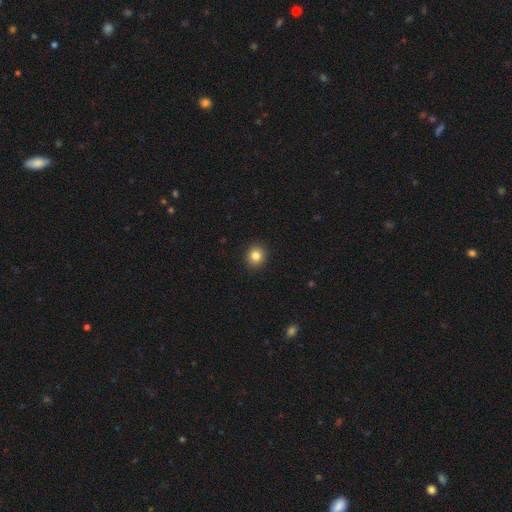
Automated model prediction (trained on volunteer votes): This is clearly a smooth galaxy (83%). How rounded: clearly round (84%). Merging: clearly none (92%).